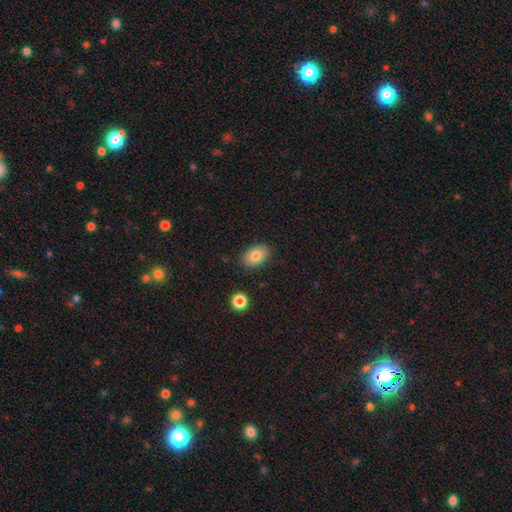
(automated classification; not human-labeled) Q: Smooth or featured?
A: smooth (80%); runner-up: featured or disk (13%)
Q: How rounded?
A: in between (88%); runner-up: round (11%)
Q: Merging?
A: none (85%); runner-up: minor disturbance (11%)